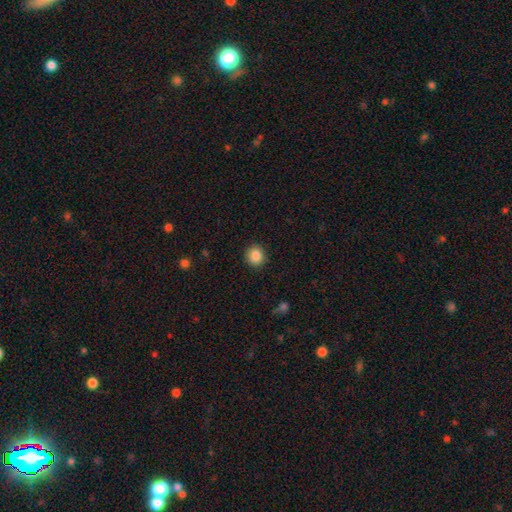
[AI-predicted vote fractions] Smooth or featured: smooth — 86% (star or artifact — 9%)
How rounded: round — 88% (in between — 11%)
Merging: none — 91% (minor disturbance — 6%)